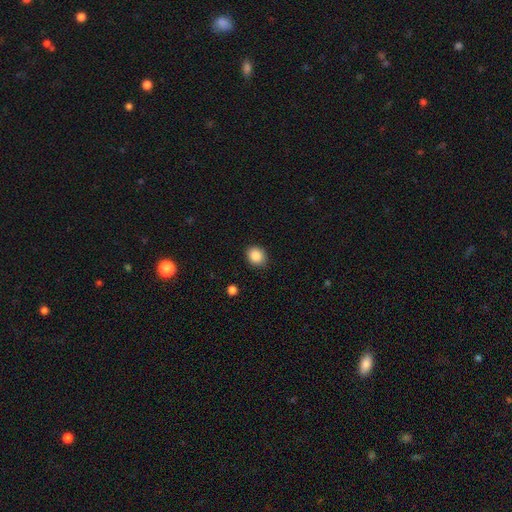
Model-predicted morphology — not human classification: Q: Smooth or featured?
A: smooth (88%); runner-up: star or artifact (8%)
Q: How rounded?
A: round (59%); runner-up: in between (40%)
Q: Merging?
A: none (88%); runner-up: minor disturbance (9%)